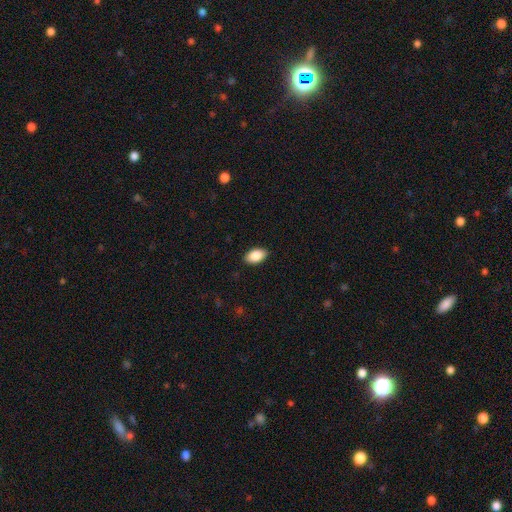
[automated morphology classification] smooth 88%, star or artifact 7%, featured or disk 6%. Down the decision tree: how rounded — in between (94%); merging — none (89%).